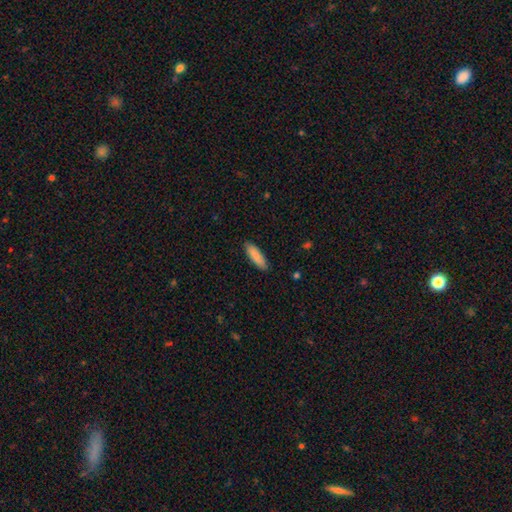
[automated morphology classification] This appears to be a smooth galaxy with no disk features (88%) that is cigar-shaped (55%). Merging: none (88%).